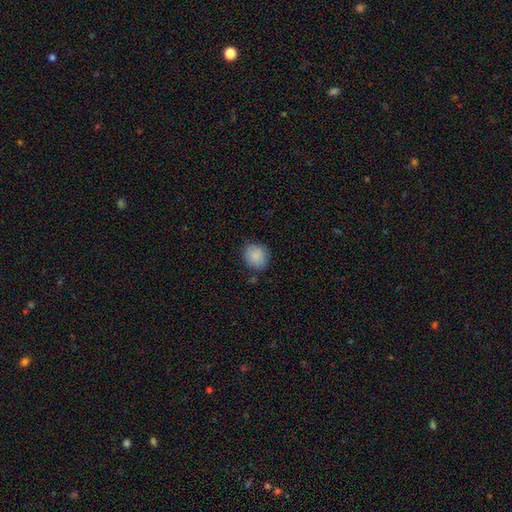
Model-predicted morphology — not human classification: A smooth galaxy with no disk features (87%) that is round (75%). Merging: none (79%).